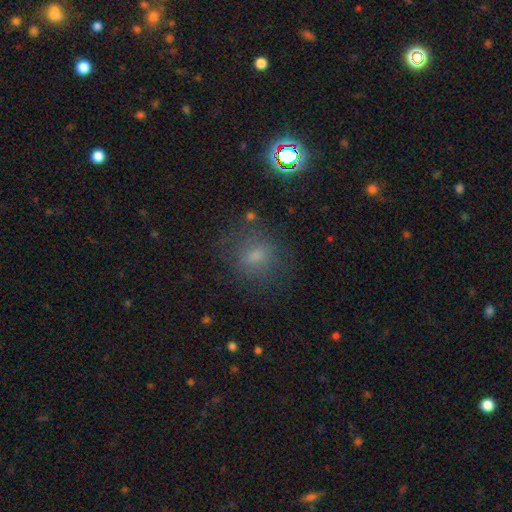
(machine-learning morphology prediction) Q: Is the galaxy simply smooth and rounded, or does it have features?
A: smooth — 65%.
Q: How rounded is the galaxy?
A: round — 71%.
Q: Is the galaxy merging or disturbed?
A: none — 74%.